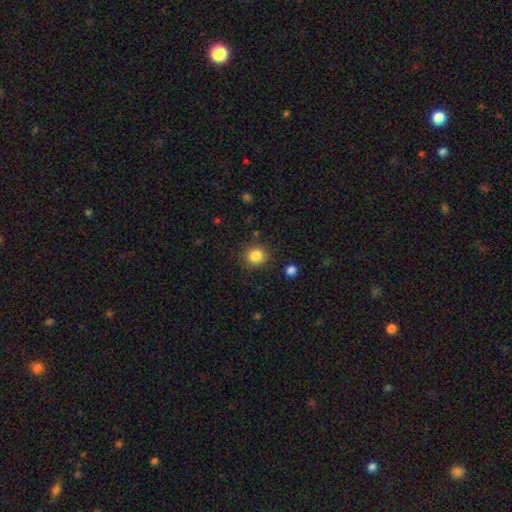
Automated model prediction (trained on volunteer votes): The model was most divided on "smooth or featured": smooth: 85%, star or artifact: 11%, featured or disk: 5%. More confident: how rounded — round (88%); merging — none (87%).